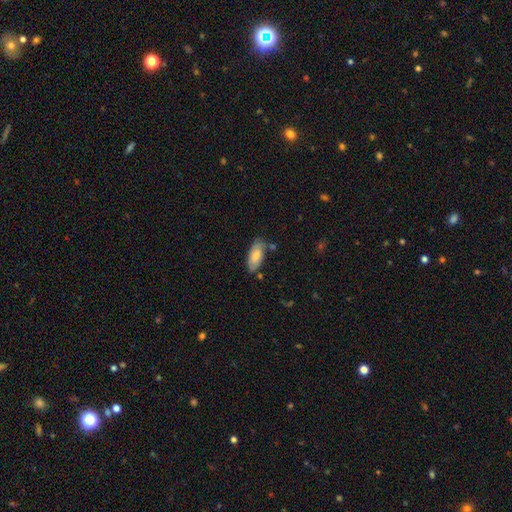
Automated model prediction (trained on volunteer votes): Q: Smooth or featured?
A: smooth (74%); runner-up: featured or disk (20%)
Q: How rounded?
A: in between (86%); runner-up: cigar-shaped (12%)
Q: Merging?
A: none (68%); runner-up: minor disturbance (22%)